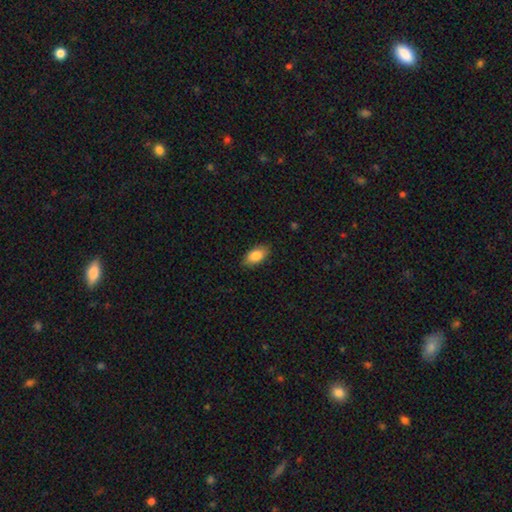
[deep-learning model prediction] Smooth or featured?
  - smooth: 86% *
  - featured or disk: 8%
  - star or artifact: 7%
How rounded?
  - in between: 91% *
  - cigar-shaped: 5%
  - round: 4%
Merging?
  - none: 85% *
  - minor disturbance: 11%
  - major disturbance: 3%
  - merger: 1%